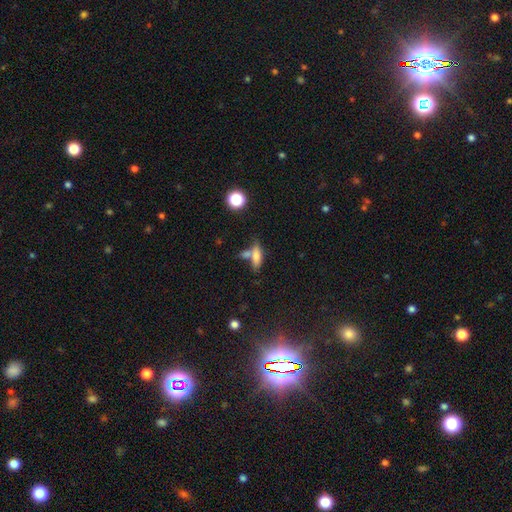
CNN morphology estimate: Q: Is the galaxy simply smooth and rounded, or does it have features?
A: smooth — 70%.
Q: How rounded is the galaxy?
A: in between — 57%.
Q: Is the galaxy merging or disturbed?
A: none — 45%.